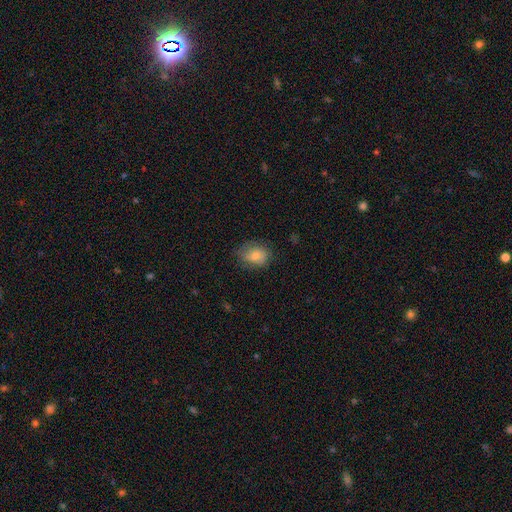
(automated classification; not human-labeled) smooth 78%, featured or disk 14%, star or artifact 8%. Down the decision tree: how rounded — in between (62%); merging — none (68%).